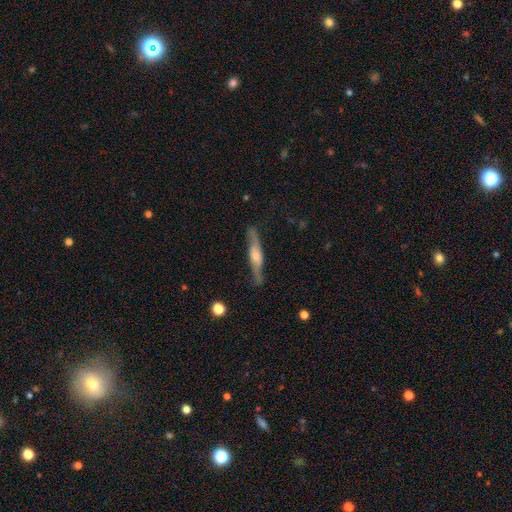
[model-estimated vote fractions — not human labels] featured or disk 61%, smooth 33%, star or artifact 6%. Down the decision tree: edge-on disk — yes (89%); edge-on bulge — rounded (69%); merging — none (83%).